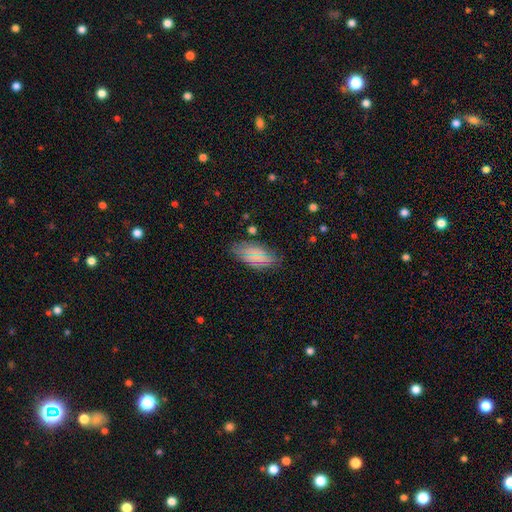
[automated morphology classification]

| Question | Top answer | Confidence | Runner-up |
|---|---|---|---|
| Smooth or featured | smooth | 68% | star or artifact (16%) |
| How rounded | in between | 90% | cigar-shaped (6%) |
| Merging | none | 79% | minor disturbance (15%) |